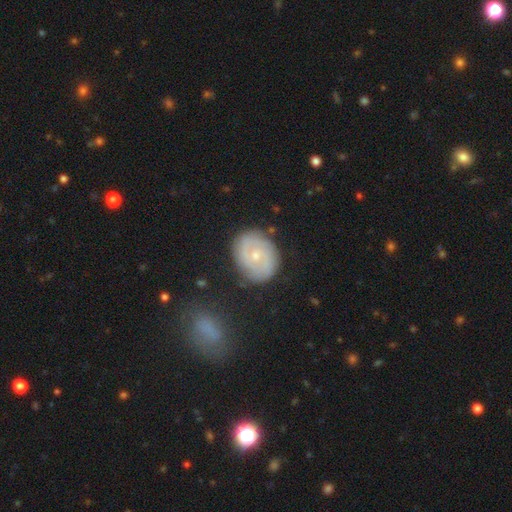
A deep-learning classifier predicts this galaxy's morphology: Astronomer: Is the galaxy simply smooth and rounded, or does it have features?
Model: featured or disk — 67%.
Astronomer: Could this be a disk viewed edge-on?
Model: no — 97%.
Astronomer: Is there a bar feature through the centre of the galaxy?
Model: no — 68%.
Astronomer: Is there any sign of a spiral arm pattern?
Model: yes — 81%.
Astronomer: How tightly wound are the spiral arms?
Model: tight — 56% (runner-up: medium, 33%).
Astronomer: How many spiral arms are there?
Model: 2 — 60%.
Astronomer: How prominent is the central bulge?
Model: small — 63%.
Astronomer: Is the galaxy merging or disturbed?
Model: none — 81%.